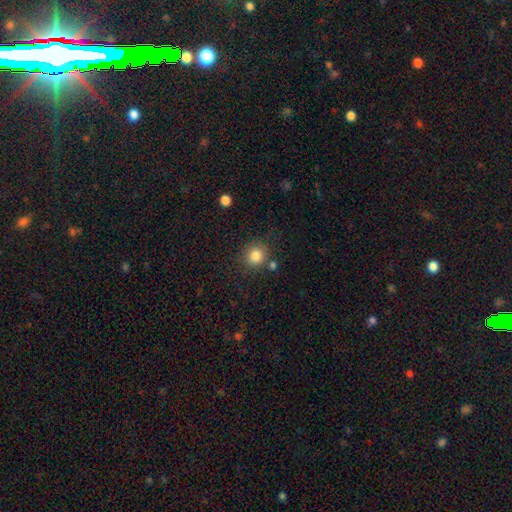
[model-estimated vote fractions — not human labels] Smooth or featured: smooth — 84% (star or artifact — 11%)
How rounded: round — 88% (in between — 11%)
Merging: none — 80% (minor disturbance — 10%)